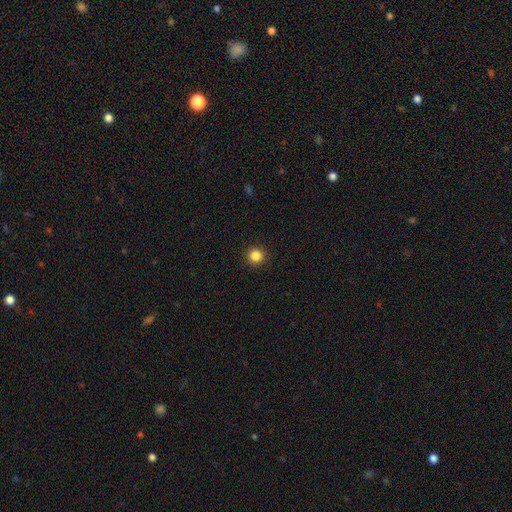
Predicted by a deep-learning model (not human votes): Smooth or featured: smooth — 85% (star or artifact — 11%)
How rounded: round — 95% (in between — 4%)
Merging: none — 92% (minor disturbance — 5%)